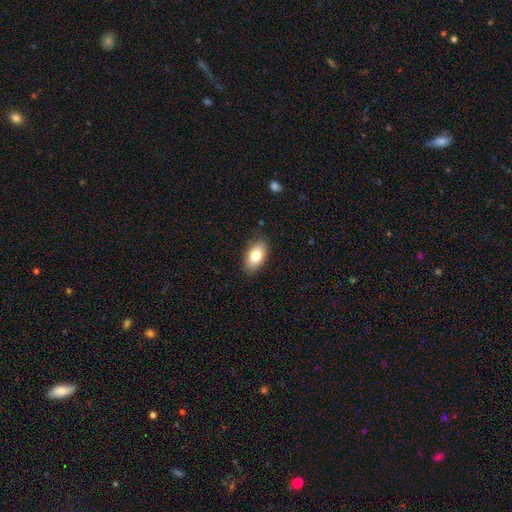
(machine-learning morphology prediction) The model was most divided on "smooth or featured": smooth: 79%, featured or disk: 14%, star or artifact: 7%. More confident: how rounded — in between (92%); merging — none (86%).